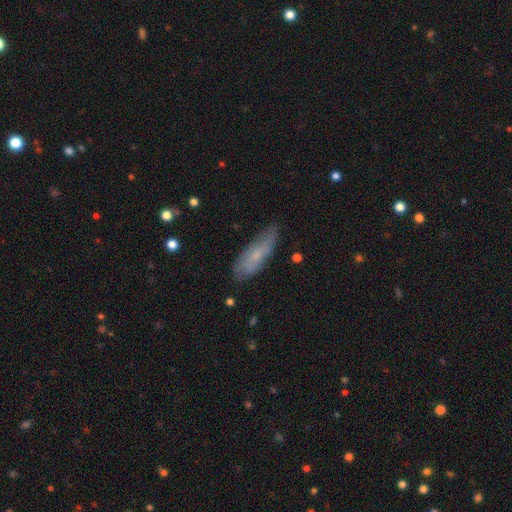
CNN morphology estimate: Smooth or featured?
  - smooth: 63% *
  - featured or disk: 30%
  - star or artifact: 7%
How rounded?
  - in between: 50% *
  - cigar-shaped: 48%
  - round: 2%
Merging?
  - none: 70% *
  - minor disturbance: 24%
  - major disturbance: 5%
  - merger: 2%